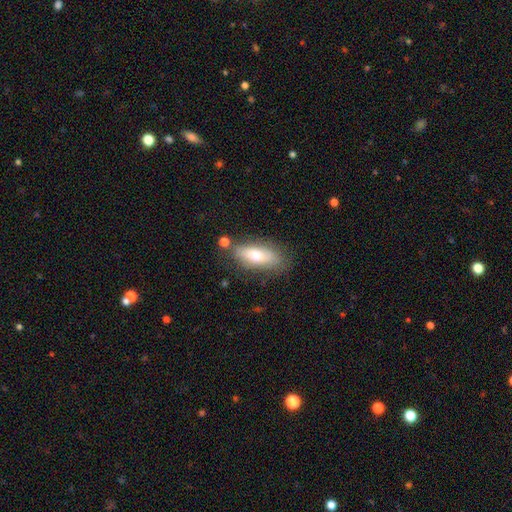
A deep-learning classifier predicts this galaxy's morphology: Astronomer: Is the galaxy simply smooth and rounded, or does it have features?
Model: smooth — 65%.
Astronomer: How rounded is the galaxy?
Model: in between — 78%.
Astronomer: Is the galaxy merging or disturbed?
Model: none — 73%.